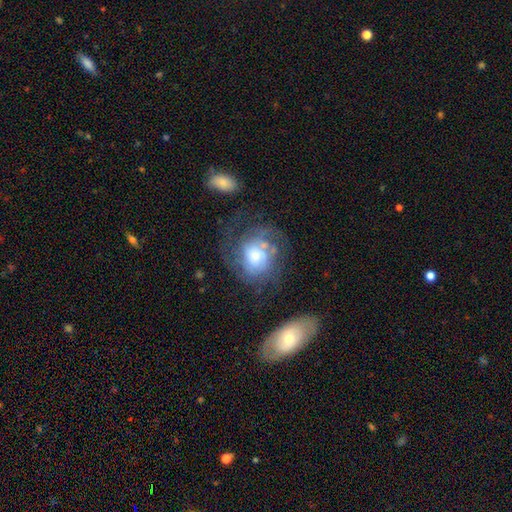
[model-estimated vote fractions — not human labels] A featured or disk galaxy (65%) with no bar (76%), spiral arms (79%) and a small central bulge (37%).

Vote fractions:
- Smooth or featured? featured or disk: 65% / smooth: 27% / star or artifact: 8%
- Edge-on disk? no: 97% / yes: 3%
- Bar? no: 76% / weak: 20% / strong: 4%
- Spiral arms? yes: 79% / no: 21%
- Bulge size? small: 37% / moderate: 34% / large: 20% / dominant: 4% / none: 4%
- Merging? none: 52% / major disturbance: 24% / minor disturbance: 19% / merger: 5%